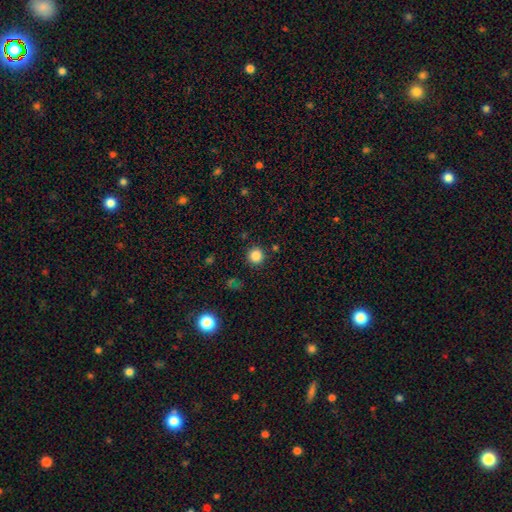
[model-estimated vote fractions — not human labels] Smooth or featured?
  - smooth: 84% *
  - star or artifact: 12%
  - featured or disk: 4%
How rounded?
  - round: 95% *
  - in between: 4%
  - cigar-shaped: 1%
Merging?
  - none: 90% *
  - minor disturbance: 6%
  - major disturbance: 2%
  - merger: 2%